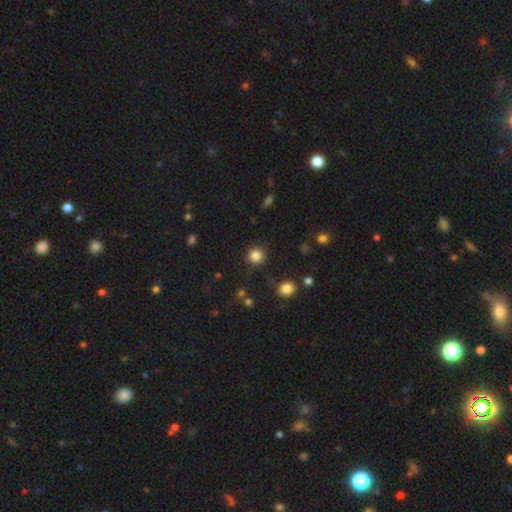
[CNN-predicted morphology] This appears to be a smooth galaxy with no disk features (84%) that is round (93%). Merging: none (89%).